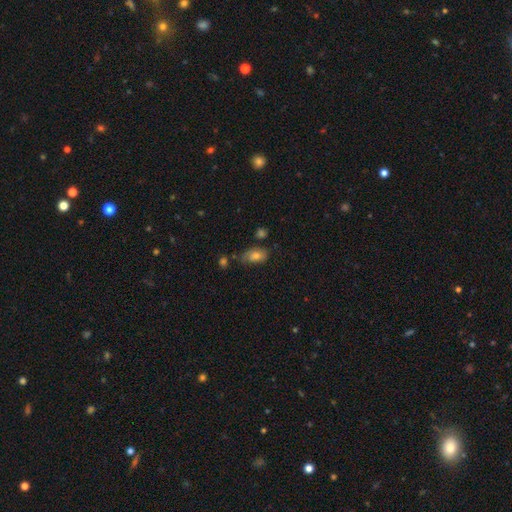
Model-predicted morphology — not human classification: Q: Smooth or featured?
A: smooth (74%); runner-up: featured or disk (17%)
Q: How rounded?
A: in between (90%); runner-up: round (6%)
Q: Merging?
A: none (63%); runner-up: minor disturbance (25%)